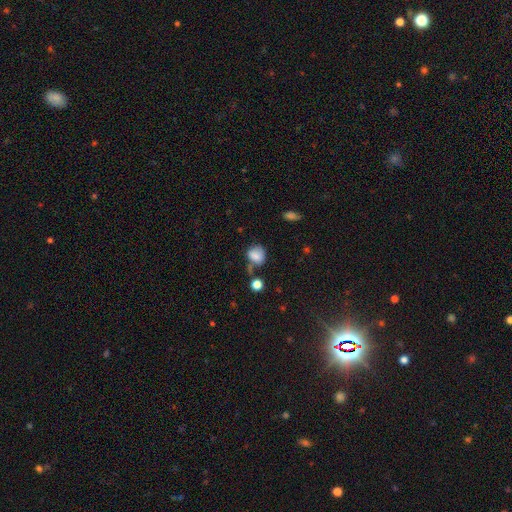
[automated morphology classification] This appears to be a smooth galaxy with no disk features (80%) that is round (67%). Merging: none (50%).